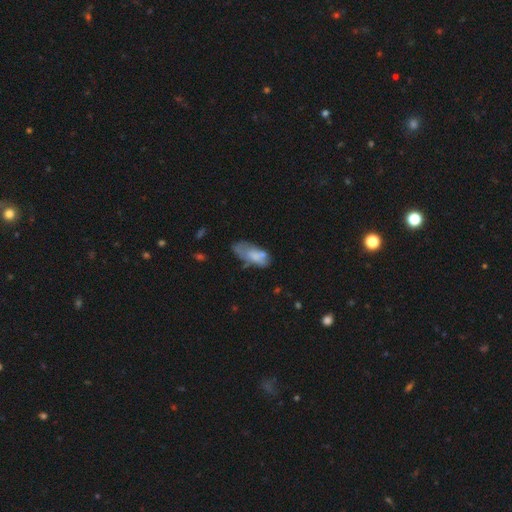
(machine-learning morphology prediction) smooth_or_featured: smooth (p=0.65) [alt: featured or disk p=0.27]
how_rounded: in between (p=0.85) [alt: cigar-shaped p=0.12]
merging: none (p=0.36) [alt: minor disturbance p=0.32]